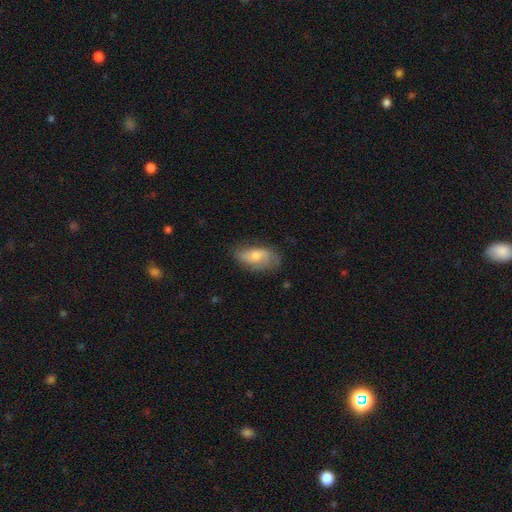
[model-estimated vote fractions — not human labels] Smooth or featured? Predicted: featured or disk (p=0.49). Merging? Predicted: none (p=0.68).